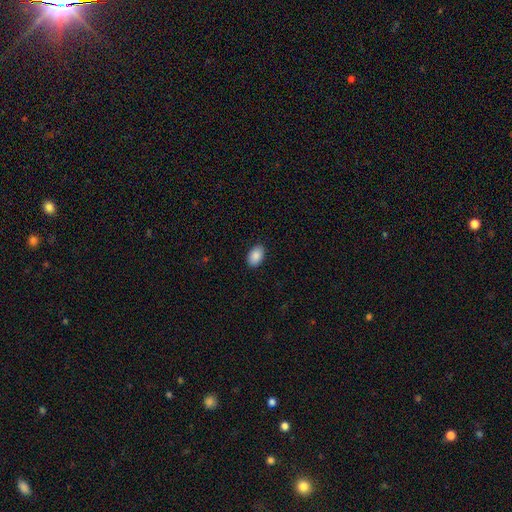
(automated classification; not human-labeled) The model was most divided on "merging": none: 89%, minor disturbance: 8%, major disturbance: 2%, merger: 1%. More confident: how rounded — in between (90%); smooth or featured — smooth (89%).